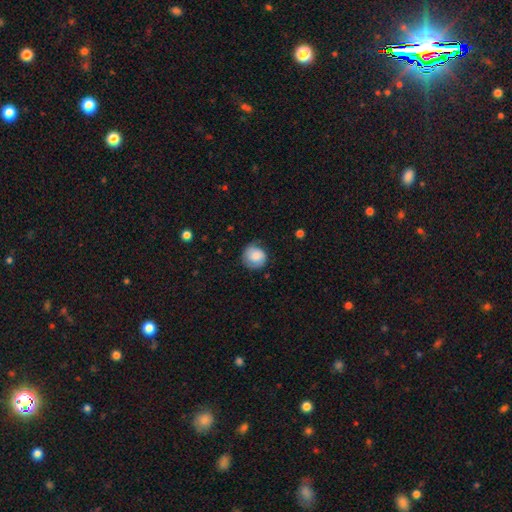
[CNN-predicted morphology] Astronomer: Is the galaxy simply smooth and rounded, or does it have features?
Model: smooth — 74%.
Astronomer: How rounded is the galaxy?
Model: round — 87%.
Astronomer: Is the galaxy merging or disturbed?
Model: none — 68%.